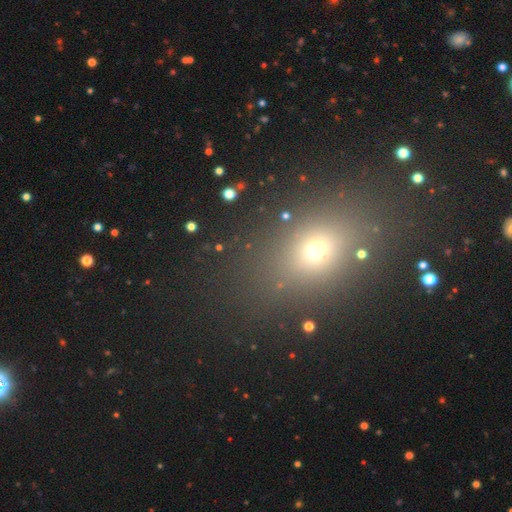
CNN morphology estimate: type=smooth (54%); roundness=in between (58%); merging=none (85%).